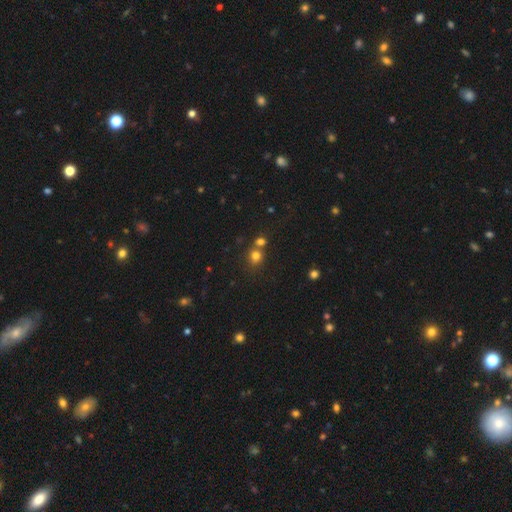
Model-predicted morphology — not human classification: The model was most divided on "merging": none: 55%, merger: 34%, minor disturbance: 8%, major disturbance: 3%. More confident: how rounded — round (82%); smooth or featured — smooth (75%).